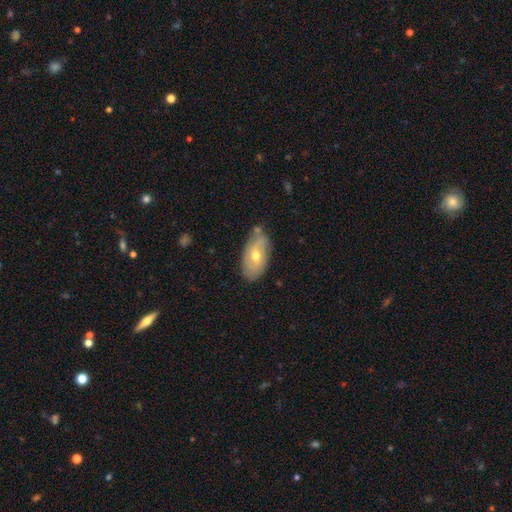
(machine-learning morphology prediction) Q: Smooth or featured?
A: smooth (49%); runner-up: featured or disk (44%)
Q: Merging?
A: none (70%); runner-up: minor disturbance (21%)